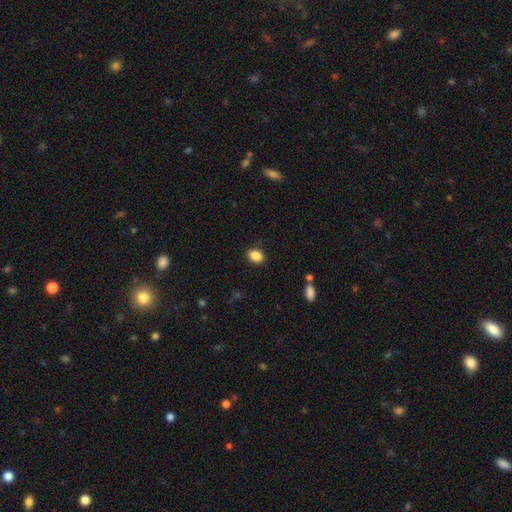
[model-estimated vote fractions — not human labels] Smooth or featured: smooth — 88% (star or artifact — 9%)
How rounded: in between — 71% (round — 28%)
Merging: none — 85% (minor disturbance — 11%)